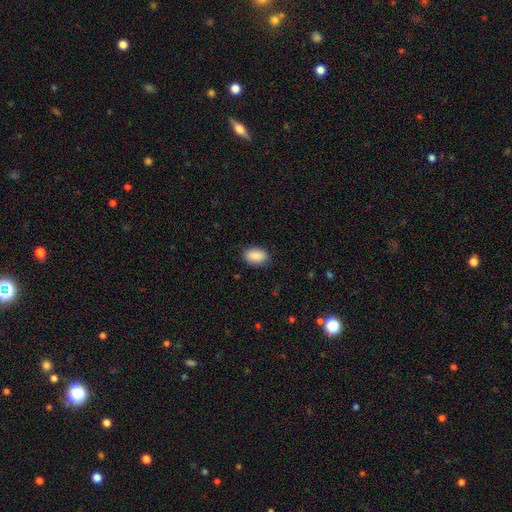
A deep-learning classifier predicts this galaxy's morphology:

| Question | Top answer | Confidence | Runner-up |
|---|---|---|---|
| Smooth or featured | smooth | 90% | star or artifact (7%) |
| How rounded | in between | 89% | round (10%) |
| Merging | none | 88% | minor disturbance (9%) |